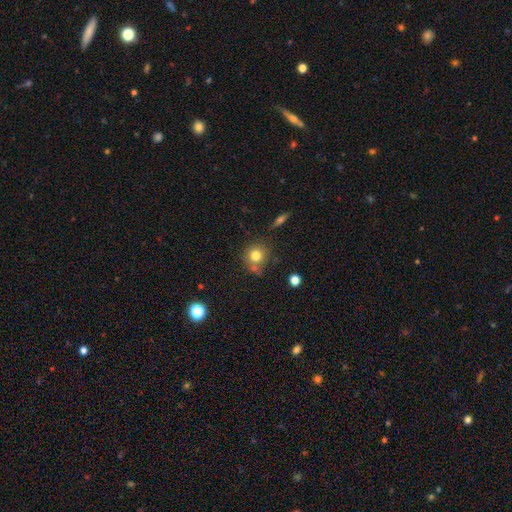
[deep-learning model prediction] A smooth galaxy with no disk features (78%) that is round (88%). Merging: none (68%).